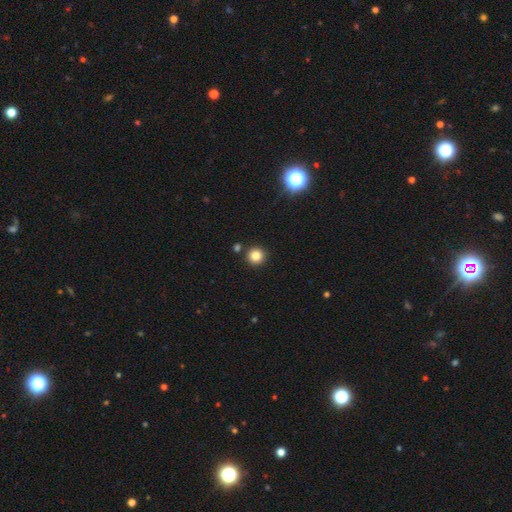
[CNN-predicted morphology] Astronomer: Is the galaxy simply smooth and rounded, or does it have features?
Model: smooth — 83%.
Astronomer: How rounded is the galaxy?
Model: round — 94%.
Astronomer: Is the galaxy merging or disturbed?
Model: none — 88%.